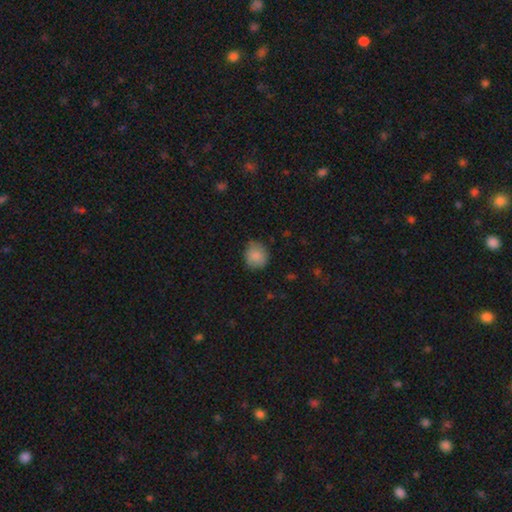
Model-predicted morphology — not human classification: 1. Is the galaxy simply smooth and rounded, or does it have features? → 86% smooth, 8% star or artifact, 6% featured or disk.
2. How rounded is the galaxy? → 83% round, 16% in between, 1% cigar-shaped.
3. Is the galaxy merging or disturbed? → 74% none, 21% minor disturbance, 4% major disturbance, 1% merger.